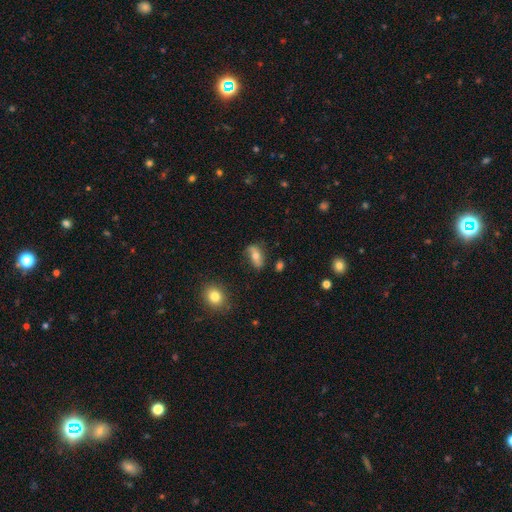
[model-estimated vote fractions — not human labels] A smooth galaxy with no disk features (54%) that is in between round and cigar-shaped (79%). Merging: none (68%).